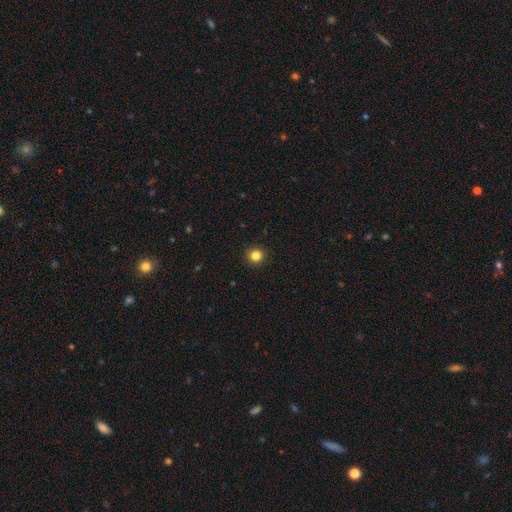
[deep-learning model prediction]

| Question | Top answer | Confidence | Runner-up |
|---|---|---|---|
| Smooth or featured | smooth | 83% | star or artifact (12%) |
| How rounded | round | 94% | in between (5%) |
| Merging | none | 92% | minor disturbance (5%) |